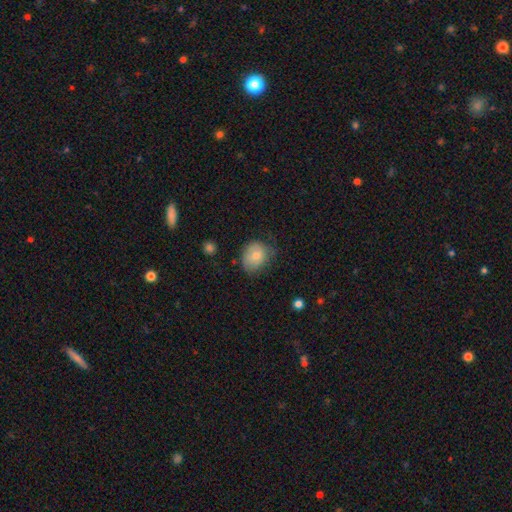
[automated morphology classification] A smooth galaxy with no disk features (75%) that is round (58%). Merging: none (51%).